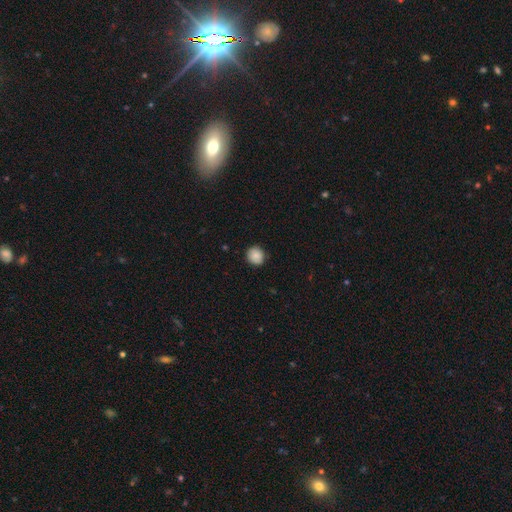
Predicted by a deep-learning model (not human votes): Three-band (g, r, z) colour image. It shows a smooth galaxy with no disk features (86%) that is round (87%). Merging: none (86%).